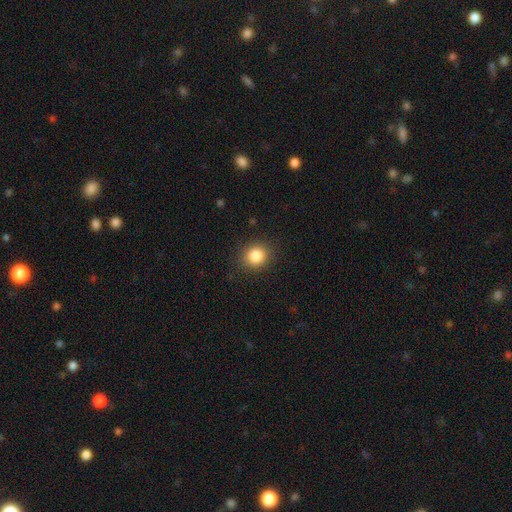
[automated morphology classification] Smooth or featured?
  - smooth: 85% *
  - star or artifact: 10%
  - featured or disk: 5%
How rounded?
  - round: 76% *
  - in between: 23%
  - cigar-shaped: 1%
Merging?
  - none: 87% *
  - minor disturbance: 9%
  - major disturbance: 3%
  - merger: 1%